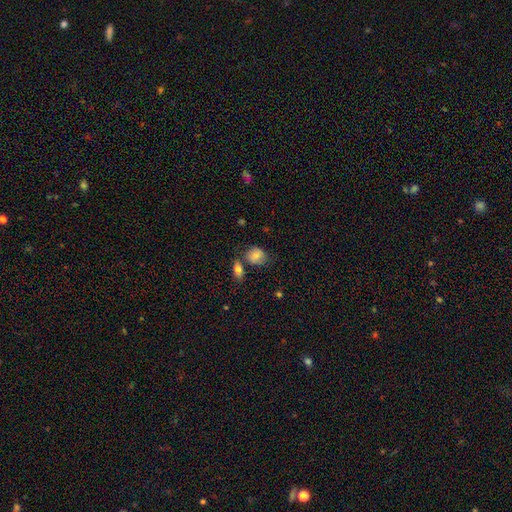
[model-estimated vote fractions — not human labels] smooth 78%, featured or disk 13%, star or artifact 9%. Down the decision tree: how rounded — round (54%); merging — none (58%).